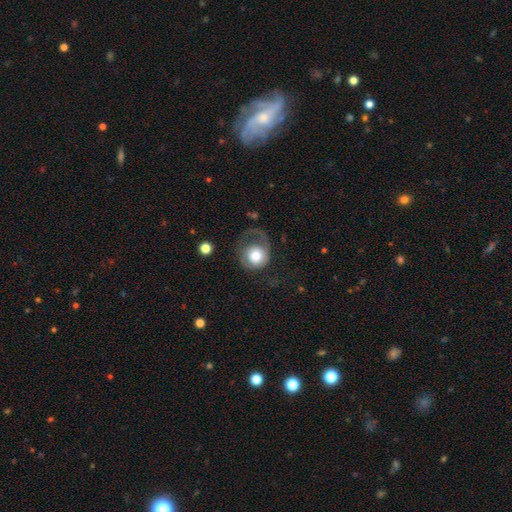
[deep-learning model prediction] A smooth galaxy with no disk features (57%) that is round (81%).

Vote fractions:
- Smooth or featured? smooth: 57% / featured or disk: 36% / star or artifact: 7%
- How rounded? round: 81% / in between: 19% / cigar-shaped: 1%
- Merging? major disturbance: 47% / none: 31% / minor disturbance: 19% / merger: 2%